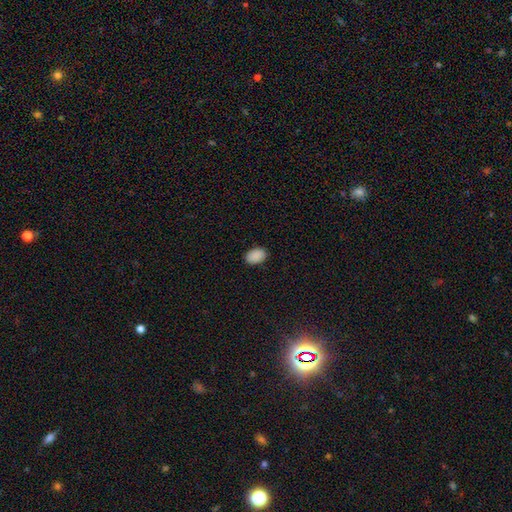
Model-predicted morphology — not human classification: smooth-or-featured: smooth: 90% | star or artifact: 8% | featured or disk: 2%
  how-rounded: in between: 88% | round: 11% | cigar-shaped: 1%
  merging: none: 89% | minor disturbance: 8% | major disturbance: 2% | merger: 1%